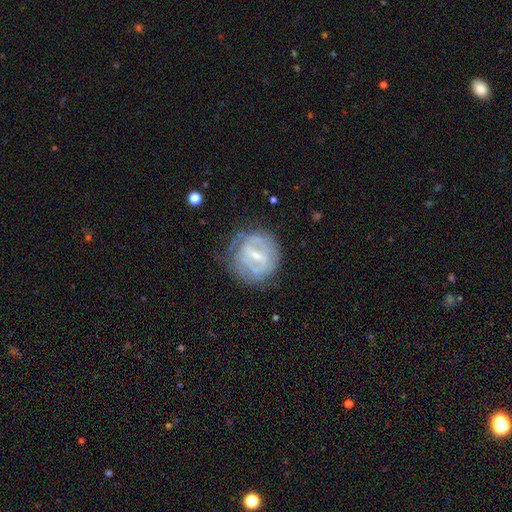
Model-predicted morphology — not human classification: A featured or disk galaxy (74%) with a strong bar (47%), spiral arms (59%) and a small central bulge (62%).

Vote fractions:
- Smooth or featured? featured or disk: 74% / smooth: 19% / star or artifact: 8%
- Edge-on disk? no: 95% / yes: 5%
- Bar? strong: 47% / weak: 40% / no: 13%
- Spiral arms? yes: 59% / no: 41%
- Bulge size? small: 62% / moderate: 31% / none: 4% / large: 2% / dominant: 1%
- Merging? none: 71% / minor disturbance: 18% / major disturbance: 9% / merger: 2%